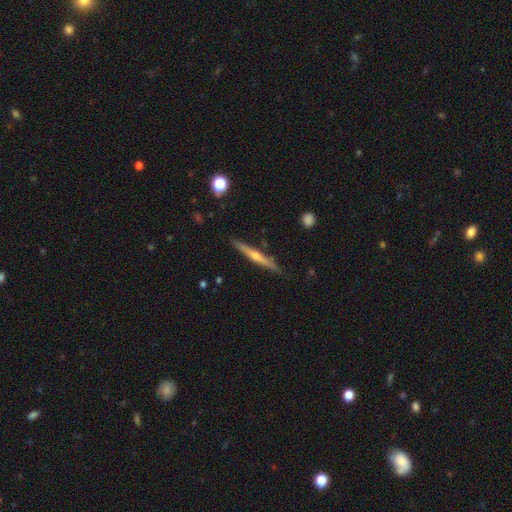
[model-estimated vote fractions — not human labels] smooth-or-featured: featured or disk: 68% | smooth: 25% | star or artifact: 6%
  disk-edge-on: yes: 97% | no: 3%
    edge-on-bulge: rounded: 75% | none: 21% | boxy: 4%
  merging: none: 89% | minor disturbance: 8% | major disturbance: 1% | merger: 1%